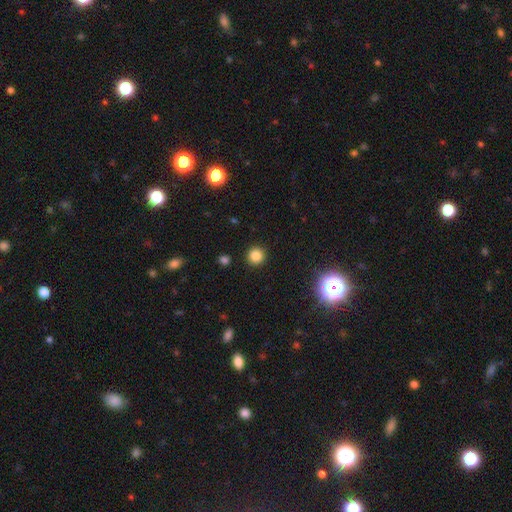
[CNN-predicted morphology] smooth_or_featured: smooth (p=0.82) [alt: star or artifact p=0.14]
how_rounded: round (p=0.94) [alt: in between p=0.05]
merging: none (p=0.92) [alt: minor disturbance p=0.05]